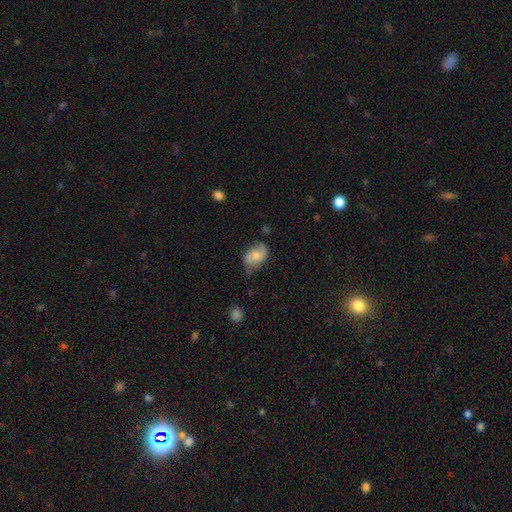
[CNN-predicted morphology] smooth-or-featured: featured or disk: 57% | smooth: 36% | star or artifact: 7%
  disk-edge-on: no: 97% | yes: 3%
    bar: no: 59% | weak: 35% | strong: 6%
    has-spiral-arms: yes: 90% | no: 10%
      spiral-winding: loose: 43% | medium: 41% | tight: 16%
      spiral-arm-count: 2: 87% | can't tell: 6% | 1: 3% | 3: 1% | 4: 1% | more than 4: 1%
    bulge-size: moderate: 45% | small: 34% | none: 12% | large: 7% | dominant: 2%
  merging: none: 64% | minor disturbance: 26% | major disturbance: 8% | merger: 2%